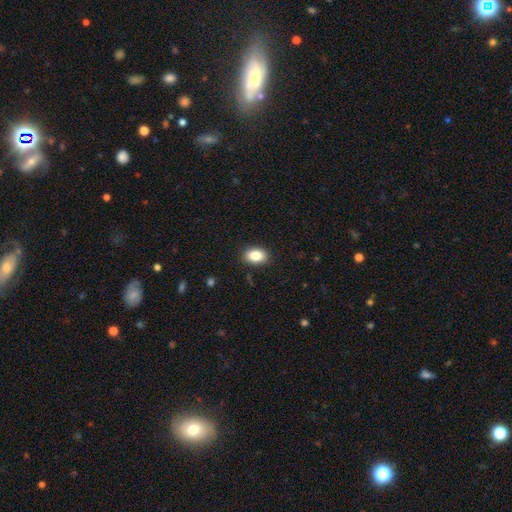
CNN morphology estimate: smooth_or_featured: smooth (p=0.85) [alt: star or artifact p=0.08]
how_rounded: in between (p=0.85) [alt: round p=0.14]
merging: none (p=0.88) [alt: minor disturbance p=0.08]